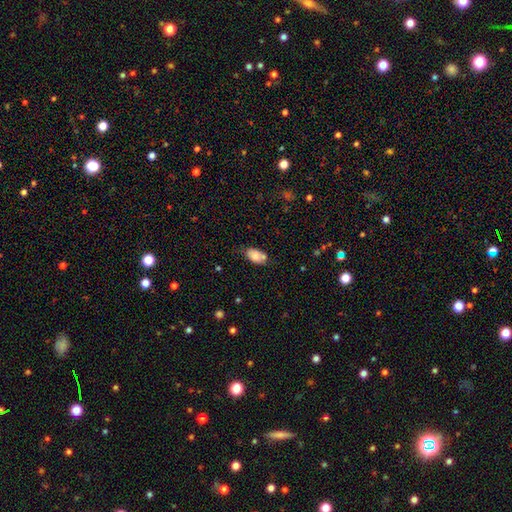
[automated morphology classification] smooth-or-featured: smooth: 78% | featured or disk: 14% | star or artifact: 8%
  how-rounded: in between: 91% | round: 7% | cigar-shaped: 2%
  merging: none: 58% | minor disturbance: 23% | merger: 14% | major disturbance: 5%